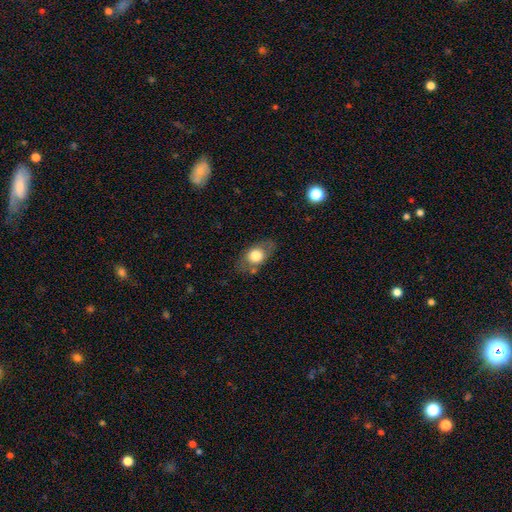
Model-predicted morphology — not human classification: smooth-or-featured: smooth: 67% | featured or disk: 26% | star or artifact: 7%
  how-rounded: in between: 76% | round: 22% | cigar-shaped: 3%
  merging: none: 71% | minor disturbance: 18% | major disturbance: 7% | merger: 3%